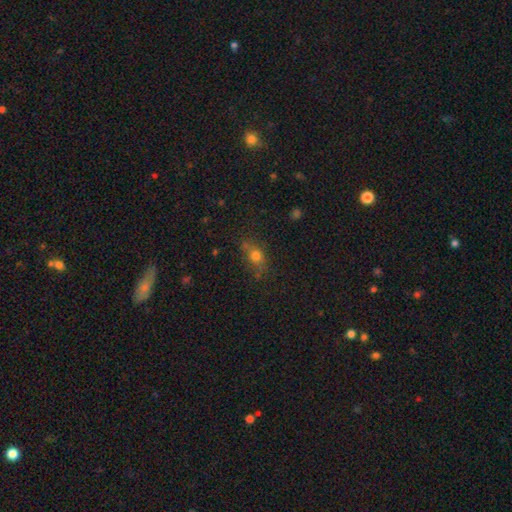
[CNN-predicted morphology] Smooth or featured? Predicted: smooth (p=0.71). How rounded? Predicted: round (p=0.48). Merging? Predicted: none (p=0.65).